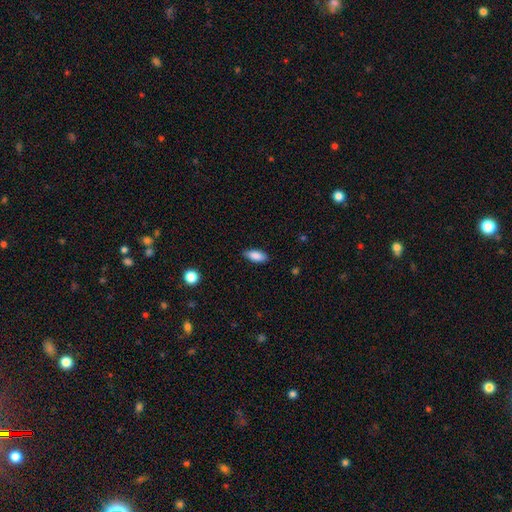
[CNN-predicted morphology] Smooth or featured? Predicted: smooth (p=0.86). How rounded? Predicted: in between (p=0.84). Merging? Predicted: none (p=0.82).